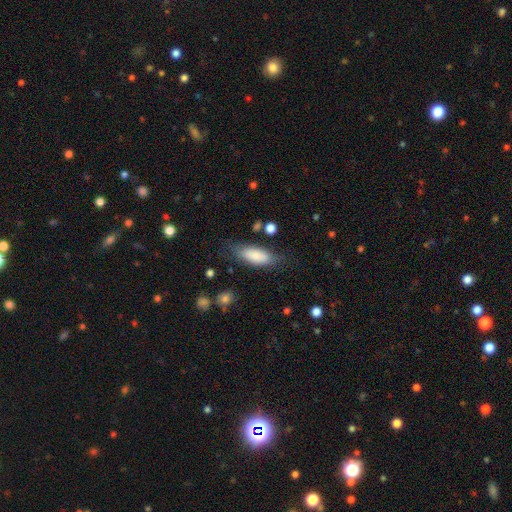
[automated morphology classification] The model was most divided on "merging": none: 72%, minor disturbance: 19%, major disturbance: 6%, merger: 3%. More confident: smooth or featured — smooth (84%); how rounded — in between (75%).